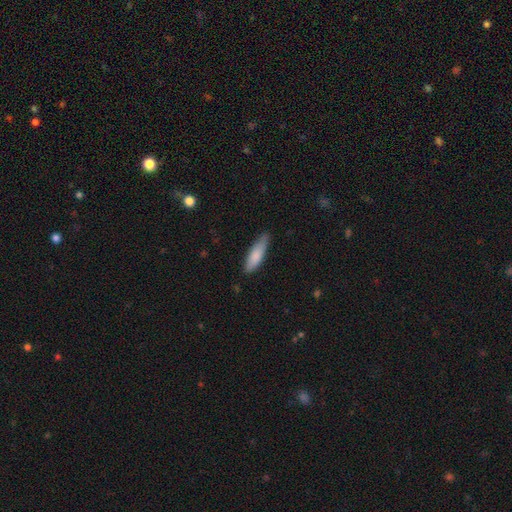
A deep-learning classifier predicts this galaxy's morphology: Overall: smooth (81%). How rounded: cigar-shaped (59%; in between 40%). Merging: none (73%).